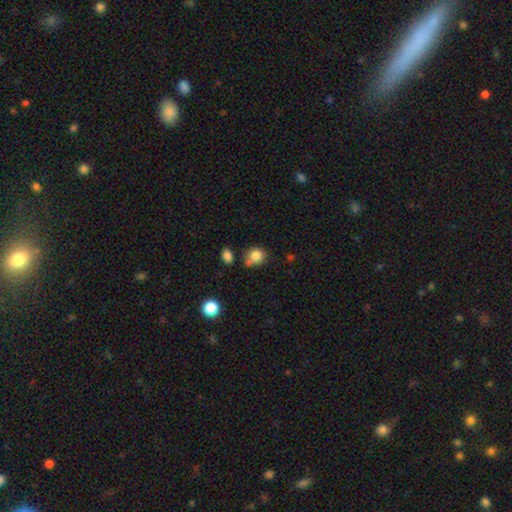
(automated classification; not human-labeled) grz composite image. It shows a smooth galaxy with no disk features (82%) that is round (69%). Merging: none (54%).